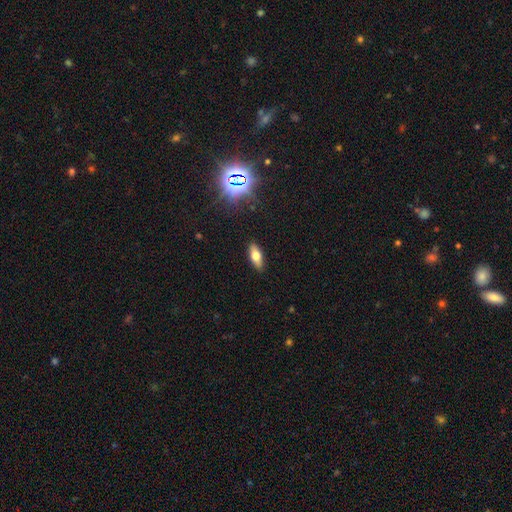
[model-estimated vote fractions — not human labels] smooth-or-featured: smooth: 64% | featured or disk: 25% | star or artifact: 11%
  how-rounded: in between: 73% | cigar-shaped: 24% | round: 3%
  merging: none: 88% | minor disturbance: 8% | major disturbance: 2% | merger: 1%